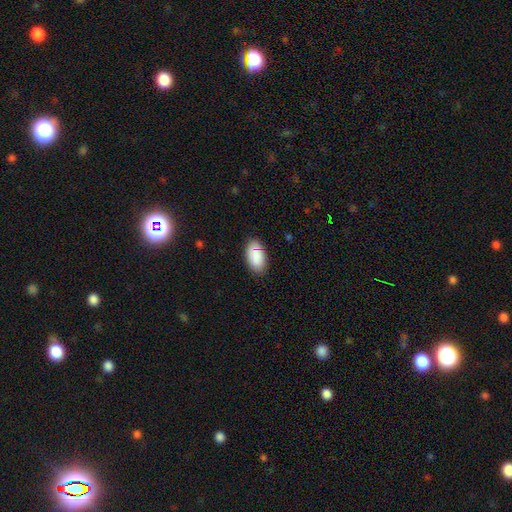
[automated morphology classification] Q: Smooth or featured?
A: smooth (85%); runner-up: featured or disk (8%)
Q: How rounded?
A: in between (94%); runner-up: round (4%)
Q: Merging?
A: none (81%); runner-up: minor disturbance (15%)